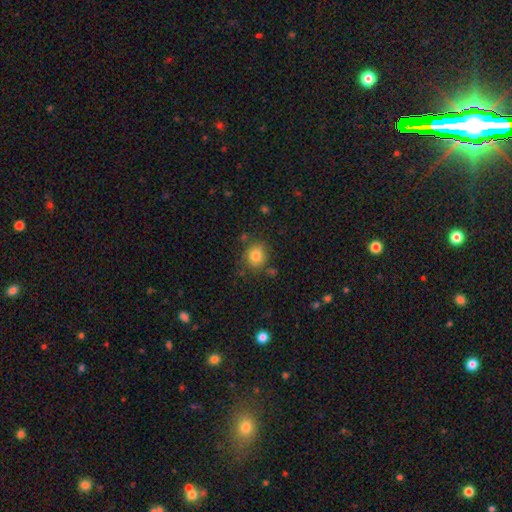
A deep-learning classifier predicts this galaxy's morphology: Smooth or featured? Predicted: smooth (p=0.81). How rounded? Predicted: round (p=0.80). Merging? Predicted: none (p=0.77).